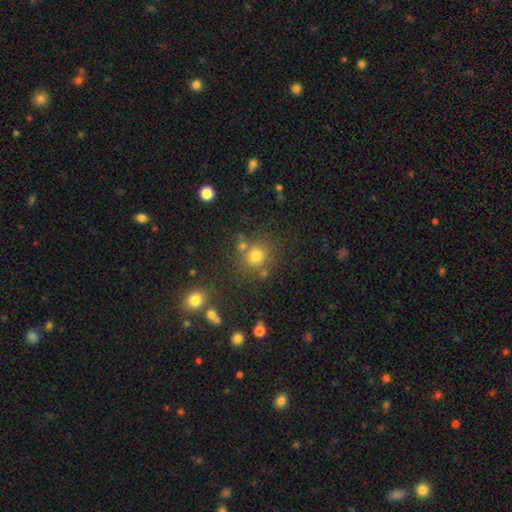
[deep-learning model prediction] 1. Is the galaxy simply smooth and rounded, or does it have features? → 74% smooth, 18% star or artifact, 8% featured or disk.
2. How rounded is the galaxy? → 88% round, 11% in between, 1% cigar-shaped.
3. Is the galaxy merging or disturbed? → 72% none, 13% merger, 10% minor disturbance, 5% major disturbance.